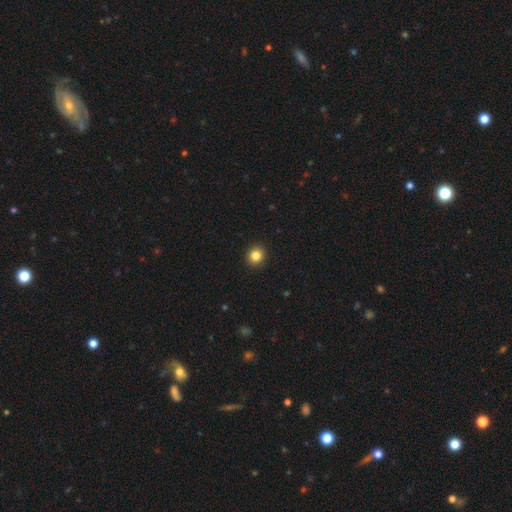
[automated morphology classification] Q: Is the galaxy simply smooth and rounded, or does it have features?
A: smooth — 84%.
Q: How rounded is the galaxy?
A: round — 89%.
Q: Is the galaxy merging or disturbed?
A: none — 93%.